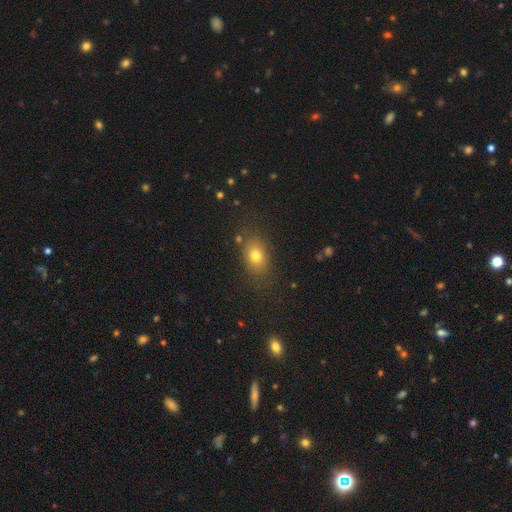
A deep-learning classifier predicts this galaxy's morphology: Overall: smooth (77%). How rounded: in between (73%). Merging: none (78%).